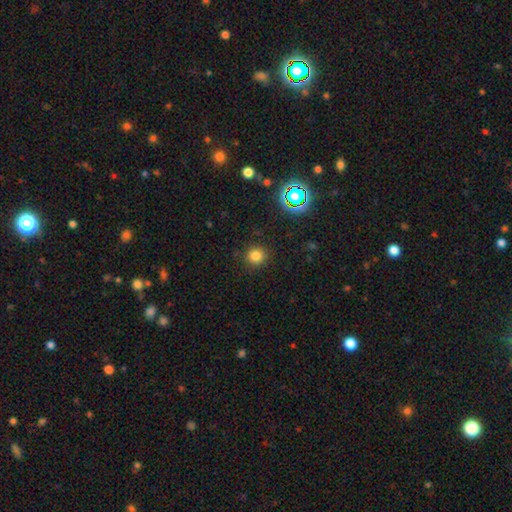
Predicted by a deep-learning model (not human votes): smooth 79%, star or artifact 16%, featured or disk 5%. Down the decision tree: how rounded — round (91%); merging — none (89%).